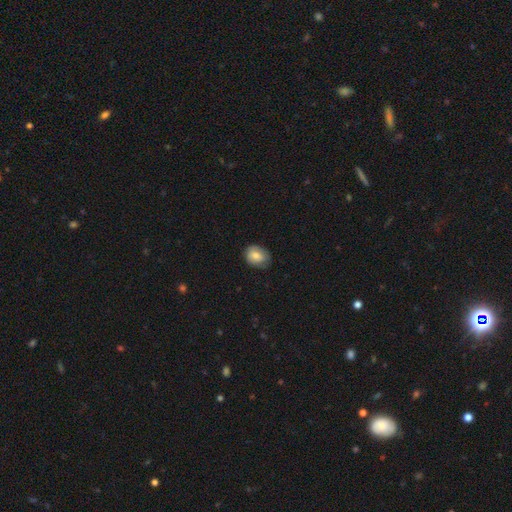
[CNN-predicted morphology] The model was most divided on "how rounded": in between: 55%, round: 44%, cigar-shaped: 1%. More confident: smooth or featured — smooth (73%); merging — none (70%).